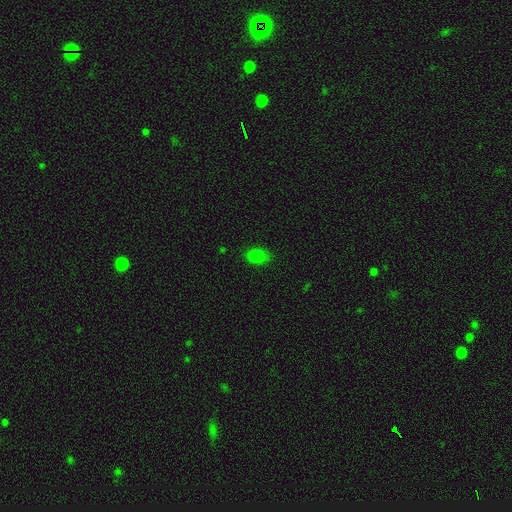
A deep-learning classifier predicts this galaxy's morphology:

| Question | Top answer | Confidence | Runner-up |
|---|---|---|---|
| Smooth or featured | smooth | 78% | star or artifact (17%) |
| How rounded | in between | 87% | round (11%) |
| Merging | none | 70% | minor disturbance (22%) |